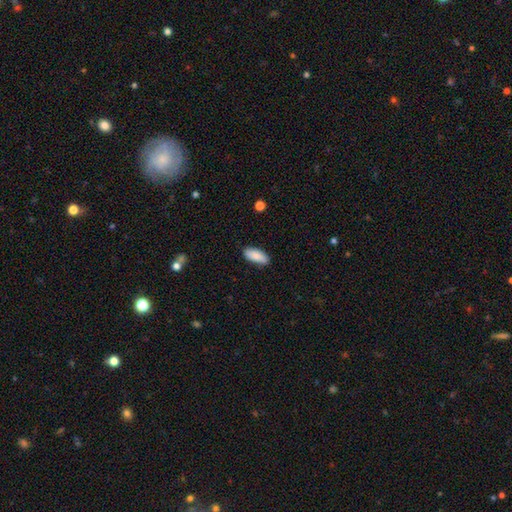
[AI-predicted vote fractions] This is clearly a smooth galaxy (87%). How rounded: clearly in between (83%). Merging: clearly none (85%).